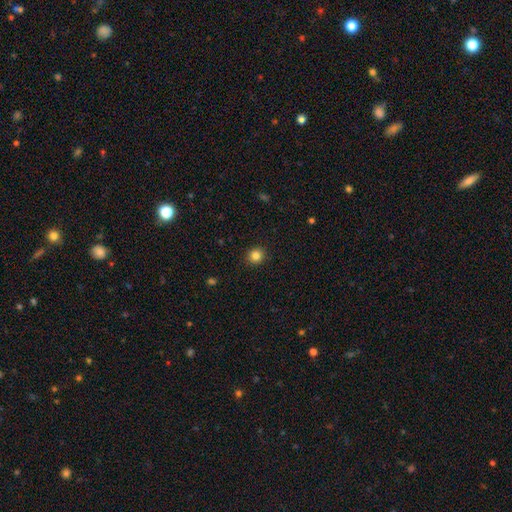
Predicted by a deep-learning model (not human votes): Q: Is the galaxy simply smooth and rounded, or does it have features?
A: smooth — 84%.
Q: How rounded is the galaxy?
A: round — 89%.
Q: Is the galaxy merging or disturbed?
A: none — 91%.